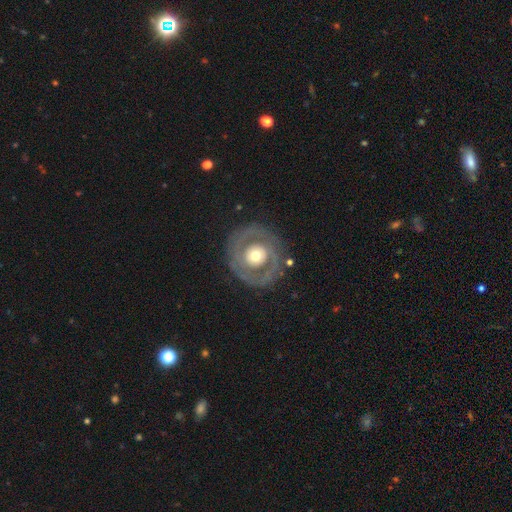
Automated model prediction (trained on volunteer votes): Smooth or featured? Predicted: featured or disk (p=0.68). Edge-on disk? Predicted: no (p=0.97). Bar? Predicted: no (p=0.82). Spiral arms? Predicted: no (p=0.55). Bulge size? Predicted: moderate (p=0.63). Merging? Predicted: none (p=0.79).